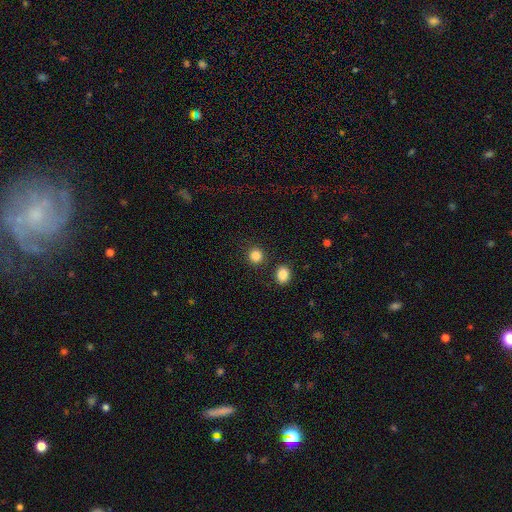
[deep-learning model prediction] Smooth or featured: smooth — 85% (star or artifact — 11%)
How rounded: round — 90% (in between — 9%)
Merging: none — 84% (minor disturbance — 7%)